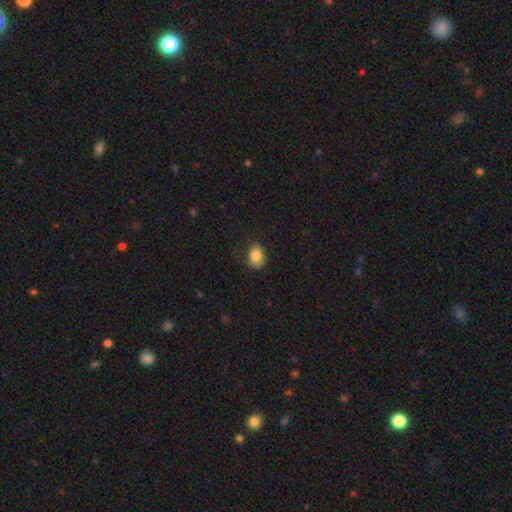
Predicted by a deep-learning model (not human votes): Smooth or featured?
  - smooth: 83% *
  - star or artifact: 9%
  - featured or disk: 8%
How rounded?
  - in between: 69% *
  - round: 30%
  - cigar-shaped: 1%
Merging?
  - none: 72% *
  - minor disturbance: 21%
  - major disturbance: 6%
  - merger: 1%